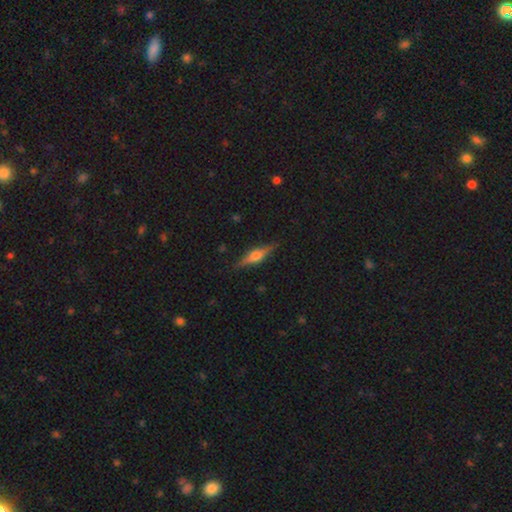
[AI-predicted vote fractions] Smooth or featured?
  - featured or disk: 67% *
  - smooth: 26%
  - star or artifact: 8%
Edge-on disk?
  - yes: 96% *
  - no: 4%
Edge-on bulge?
  - rounded: 85% *
  - boxy: 11%
  - none: 3%
Merging?
  - none: 87% *
  - minor disturbance: 9%
  - major disturbance: 2%
  - merger: 1%